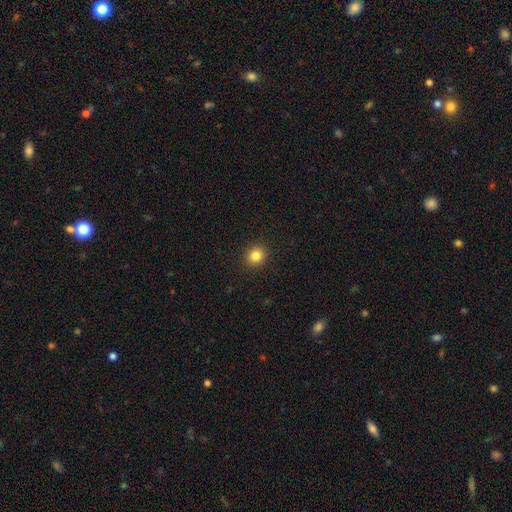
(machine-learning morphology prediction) Smooth or featured: smooth — 83% (star or artifact — 11%)
How rounded: round — 81% (in between — 18%)
Merging: none — 92% (minor disturbance — 6%)